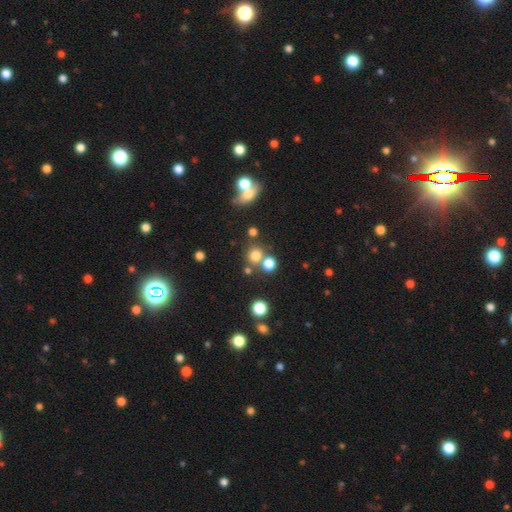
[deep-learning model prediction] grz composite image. It shows a smooth galaxy with no disk features (74%) that is round (87%). Merging: none (64%).